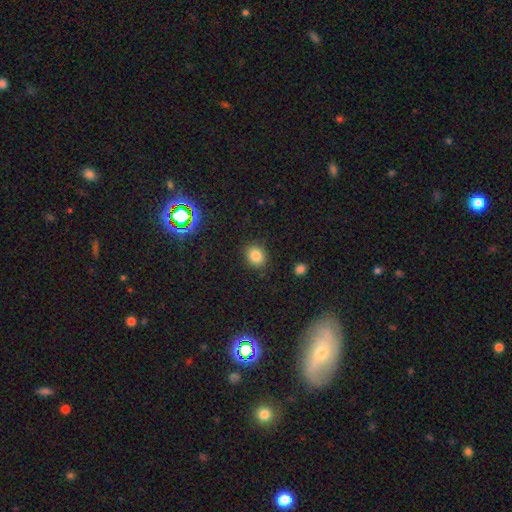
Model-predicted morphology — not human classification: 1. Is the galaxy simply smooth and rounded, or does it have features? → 81% smooth, 13% star or artifact, 6% featured or disk.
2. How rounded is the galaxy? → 68% round, 31% in between, 1% cigar-shaped.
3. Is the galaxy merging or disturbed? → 87% none, 9% minor disturbance, 3% major disturbance, 2% merger.